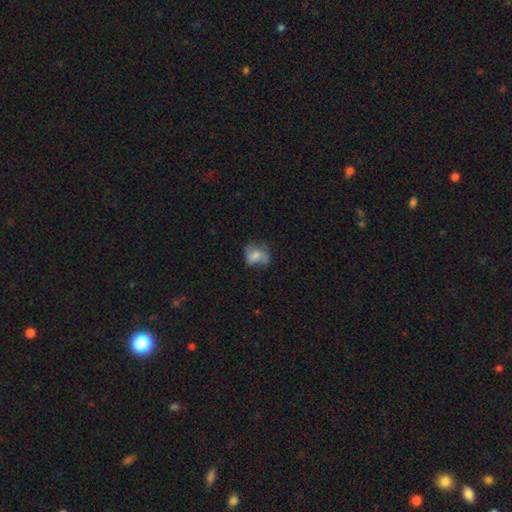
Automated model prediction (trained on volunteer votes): Overall: smooth (62%; featured or disk 28%). How rounded: in between (56%; round 42%). Merging: none (43%; minor disturbance 31%).